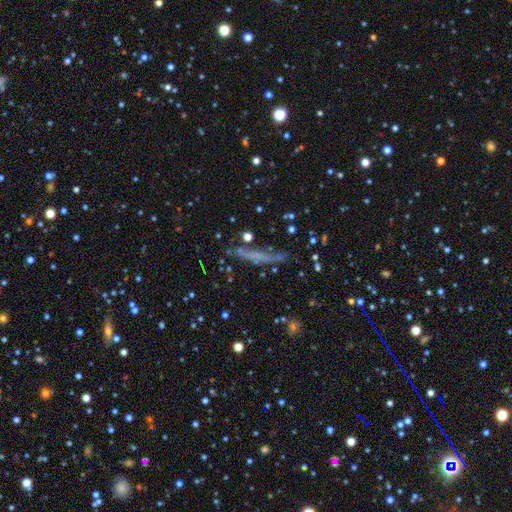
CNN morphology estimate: This appears to be a smooth galaxy with no disk features (47%). Merging: none (67%).